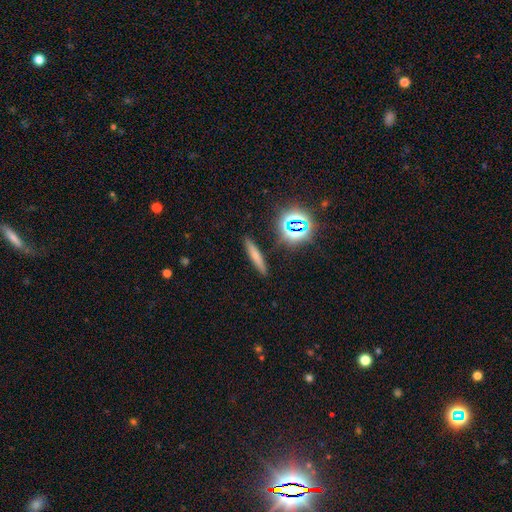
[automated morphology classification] smooth-or-featured: smooth: 63% | featured or disk: 20% | star or artifact: 16%
  how-rounded: cigar-shaped: 87% | in between: 9% | round: 4%
  merging: none: 87% | minor disturbance: 8% | major disturbance: 2% | merger: 2%